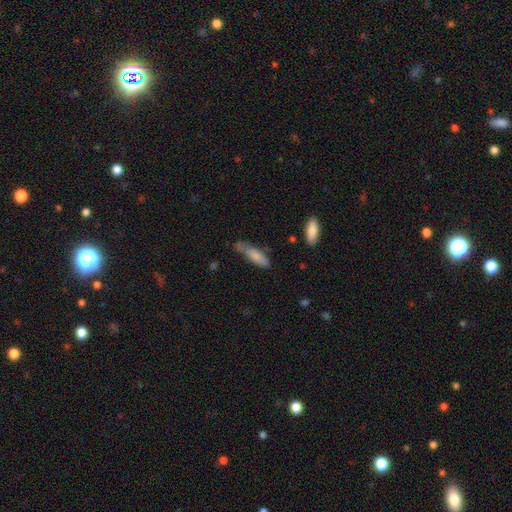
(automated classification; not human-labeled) Smooth or featured? smooth (79%)
How rounded? cigar-shaped (56%)
Merging? none (46%)